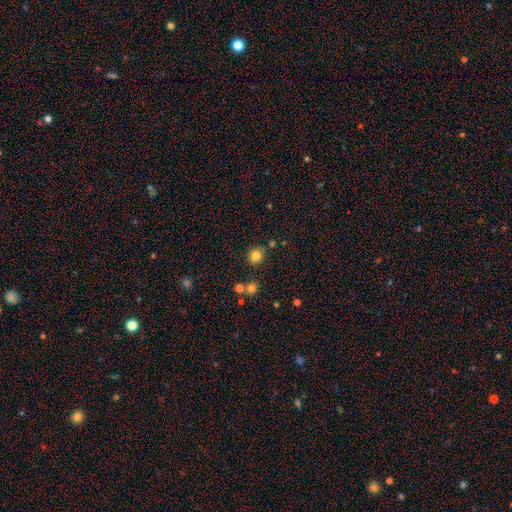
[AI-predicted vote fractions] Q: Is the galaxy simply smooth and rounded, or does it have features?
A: smooth — 81%.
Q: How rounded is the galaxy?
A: round — 84%.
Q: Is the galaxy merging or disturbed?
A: none — 81%.